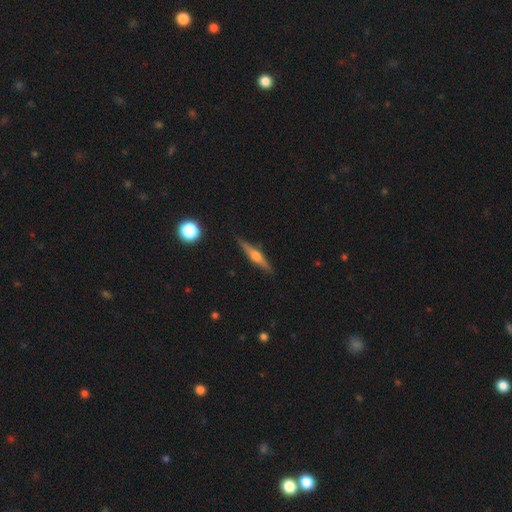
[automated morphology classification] Smooth or featured?
  - featured or disk: 66% *
  - smooth: 27%
  - star or artifact: 6%
Edge-on disk?
  - yes: 97% *
  - no: 3%
Edge-on bulge?
  - rounded: 92% *
  - boxy: 5%
  - none: 4%
Merging?
  - none: 88% *
  - minor disturbance: 9%
  - major disturbance: 2%
  - merger: 1%